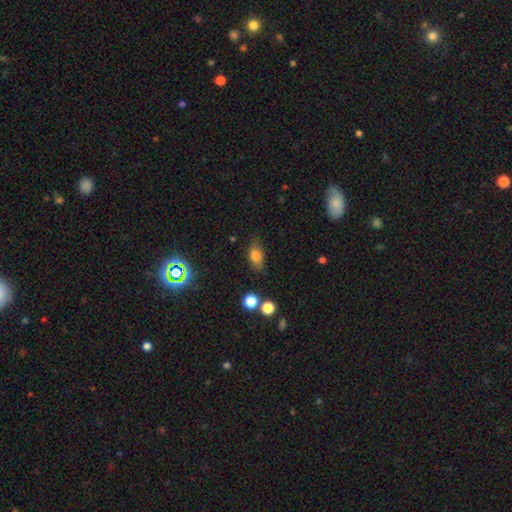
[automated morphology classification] smooth-or-featured: smooth: 76% | featured or disk: 13% | star or artifact: 11%
  how-rounded: in between: 82% | round: 11% | cigar-shaped: 7%
  merging: none: 74% | minor disturbance: 18% | major disturbance: 5% | merger: 3%